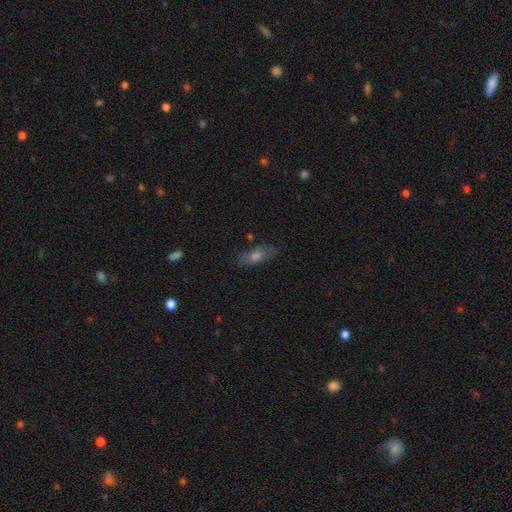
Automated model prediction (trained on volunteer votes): smooth-or-featured: smooth: 59% | featured or disk: 28% | star or artifact: 13%
  how-rounded: in between: 62% | cigar-shaped: 33% | round: 5%
  merging: none: 82% | minor disturbance: 13% | major disturbance: 3% | merger: 2%